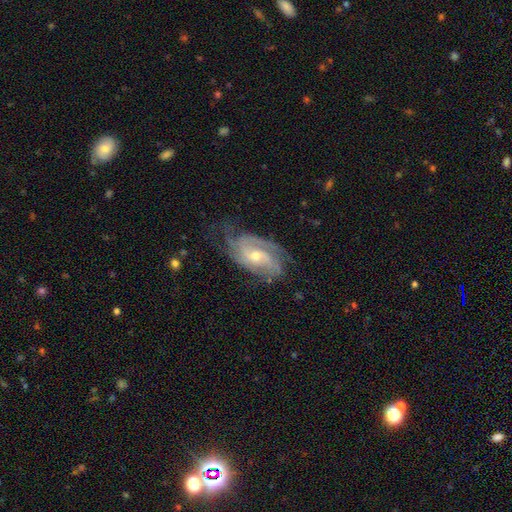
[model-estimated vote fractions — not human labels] Smooth or featured: featured or disk — 87% (smooth — 8%)
Edge-on disk: no — 95% (yes — 5%)
Bar: no — 54% (weak — 36%)
Spiral arms: yes — 96% (no — 4%)
Spiral winding: tight — 50% (medium — 39%)
Spiral arm count: 2 — 27% (tied with 3 — 27%)
Bulge size: small — 51% (moderate — 45%)
Merging: none — 63% (minor disturbance — 24%)